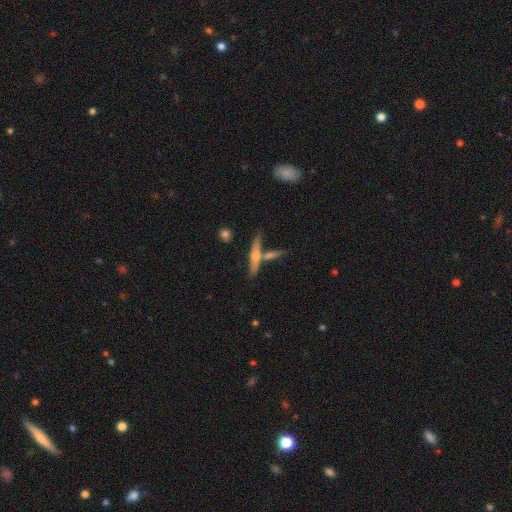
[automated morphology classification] This appears to be a featured or disk galaxy (56%) viewed edge-on (92%) with a rounded central bulge (85%). Merging: none (61%).